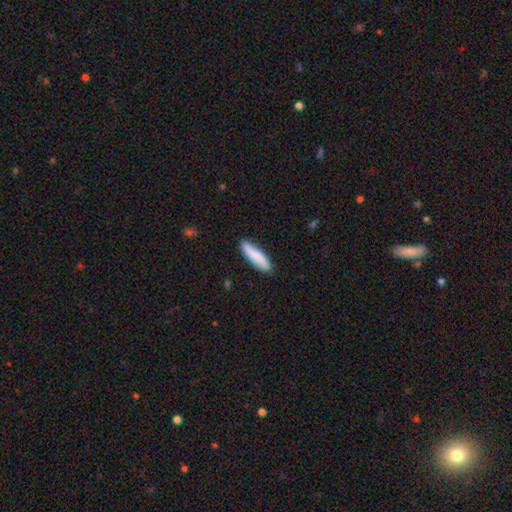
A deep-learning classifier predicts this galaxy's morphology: The model was most divided on "how rounded": cigar-shaped: 68%, in between: 30%, round: 2%. More confident: merging — none (85%); smooth or featured — smooth (79%).